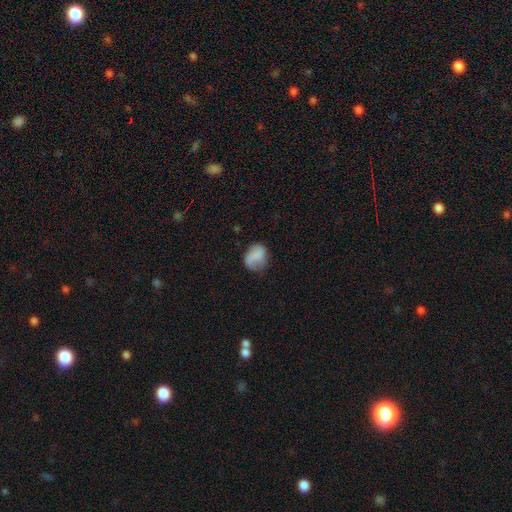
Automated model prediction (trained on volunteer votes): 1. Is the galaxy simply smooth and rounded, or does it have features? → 67% smooth, 24% featured or disk, 9% star or artifact.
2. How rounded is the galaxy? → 50% round, 49% in between, 1% cigar-shaped.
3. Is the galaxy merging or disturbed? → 54% none, 29% minor disturbance, 15% major disturbance, 2% merger.